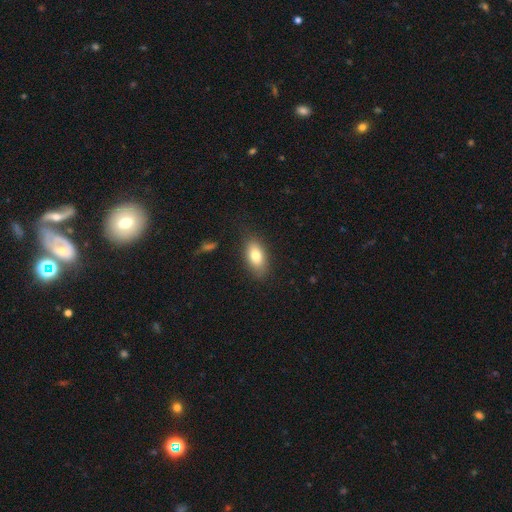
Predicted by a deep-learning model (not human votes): Smooth or featured: smooth — 79% (featured or disk — 14%)
How rounded: in between — 89% (round — 6%)
Merging: none — 82% (minor disturbance — 13%)